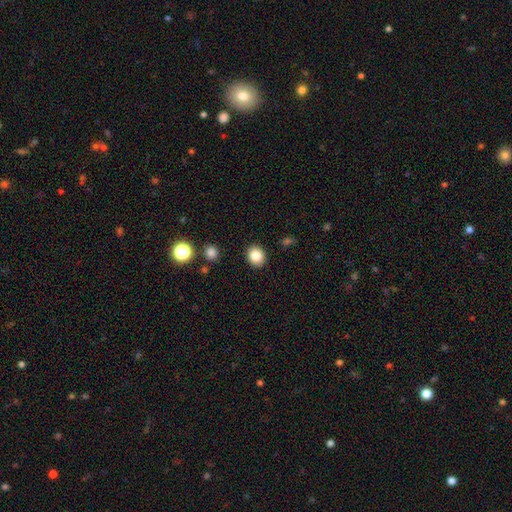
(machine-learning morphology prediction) smooth_or_featured: smooth (p=0.85) [alt: star or artifact p=0.10]
how_rounded: round (p=0.69) [alt: in between p=0.30]
merging: none (p=0.90) [alt: minor disturbance p=0.07]